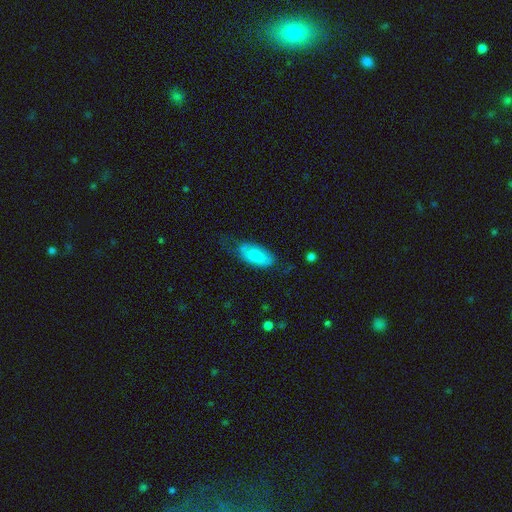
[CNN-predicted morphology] A smooth galaxy with no disk features (80%) that is in between round and cigar-shaped (90%).

Vote fractions:
- Smooth or featured? smooth: 80% / featured or disk: 14% / star or artifact: 6%
- How rounded? in between: 90% / cigar-shaped: 8% / round: 2%
- Merging? none: 56% / minor disturbance: 30% / major disturbance: 12% / merger: 2%